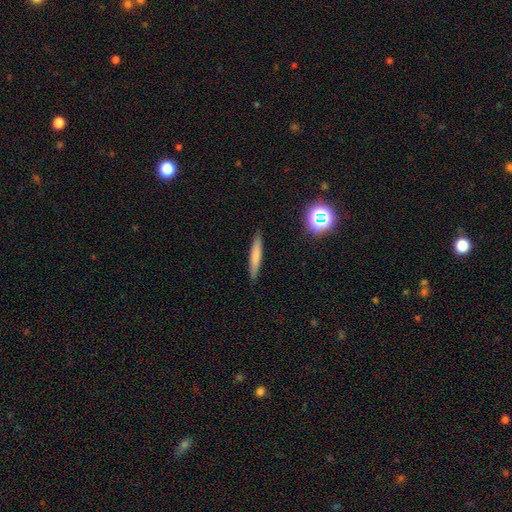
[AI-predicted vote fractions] Smooth or featured: smooth — 70% (featured or disk — 21%)
How rounded: cigar-shaped — 93% (in between — 5%)
Merging: none — 89% (minor disturbance — 8%)